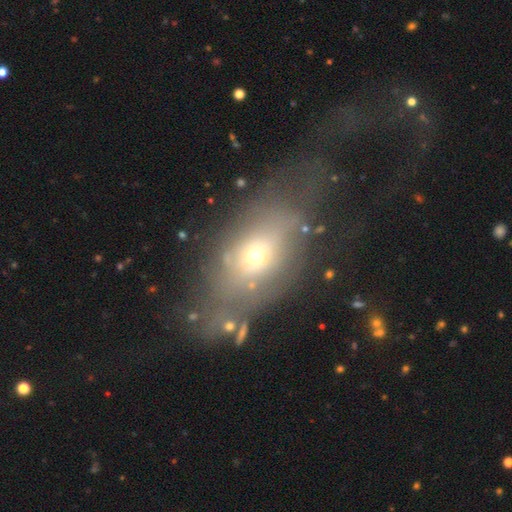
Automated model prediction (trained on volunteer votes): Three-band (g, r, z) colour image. It shows a smooth galaxy with no disk features (52%) that is in between round and cigar-shaped (70%). Merging: major disturbance (40%).